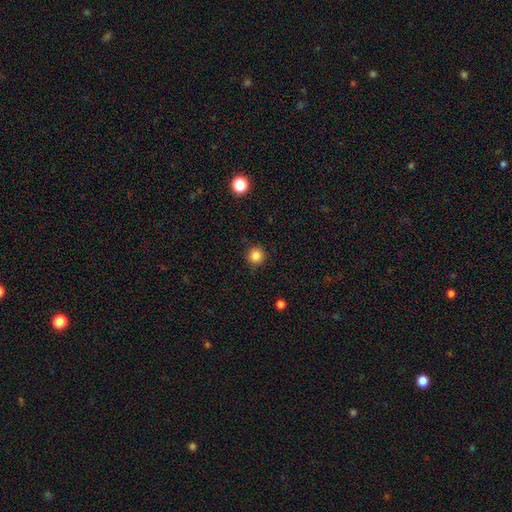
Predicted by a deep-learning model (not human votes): Q: Smooth or featured?
A: smooth (85%); runner-up: star or artifact (12%)
Q: How rounded?
A: round (95%); runner-up: in between (4%)
Q: Merging?
A: none (90%); runner-up: minor disturbance (7%)